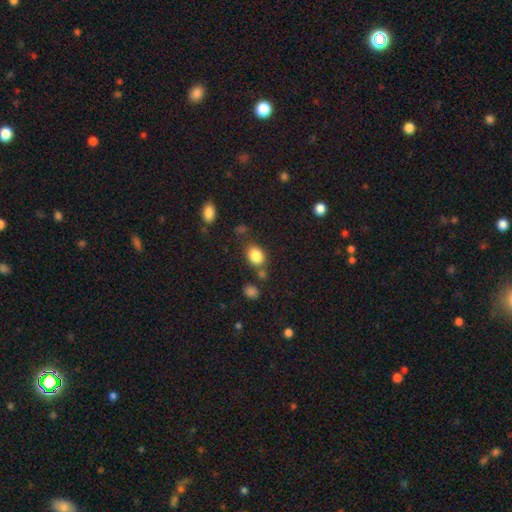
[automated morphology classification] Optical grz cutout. It shows a smooth galaxy with no disk features (85%) that is in between round and cigar-shaped (57%). Merging: none (71%).